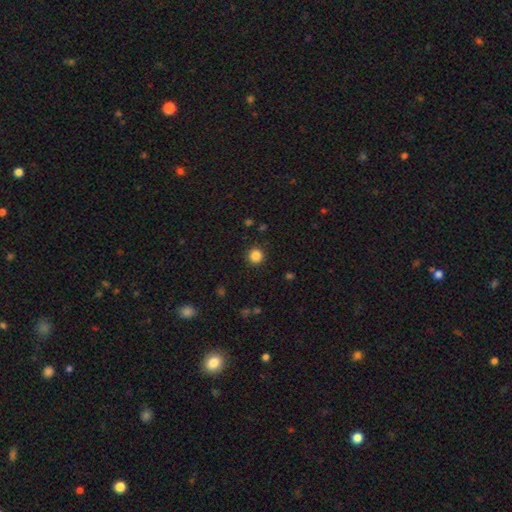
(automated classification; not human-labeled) The model was most divided on "smooth or featured": smooth: 86%, star or artifact: 11%, featured or disk: 3%. More confident: how rounded — round (95%); merging — none (92%).